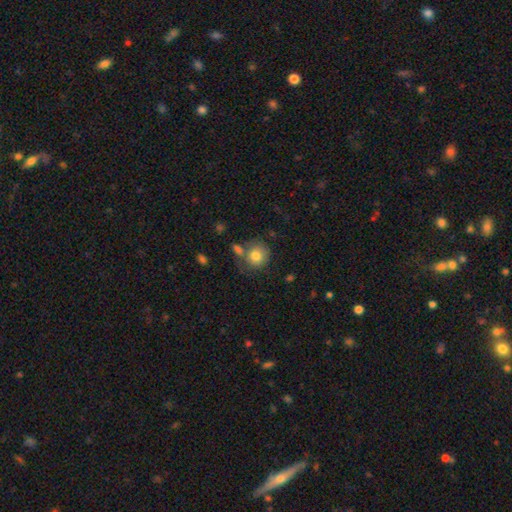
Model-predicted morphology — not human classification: smooth-or-featured: smooth: 80% | featured or disk: 11% | star or artifact: 9%
  how-rounded: round: 84% | in between: 15% | cigar-shaped: 1%
  merging: none: 60% | merger: 20% | minor disturbance: 15% | major disturbance: 5%